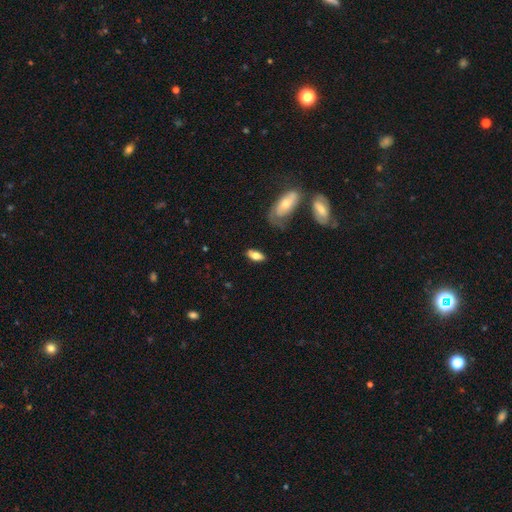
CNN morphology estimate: Smooth or featured? Predicted: smooth (p=0.69). How rounded? Predicted: in between (p=0.82). Merging? Predicted: none (p=0.75).